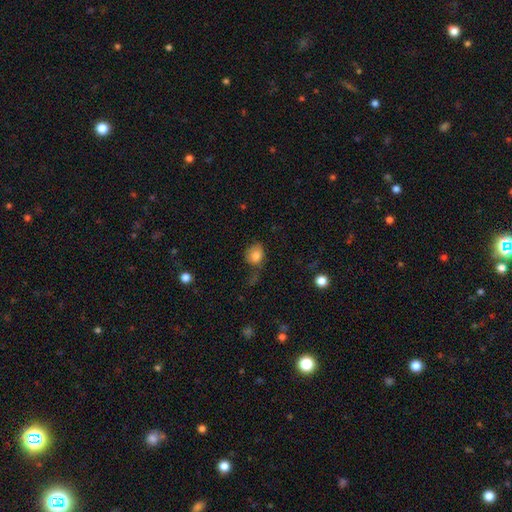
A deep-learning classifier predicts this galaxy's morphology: Smooth or featured? Predicted: smooth (p=0.82). How rounded? Predicted: round (p=0.53). Merging? Predicted: none (p=0.48).